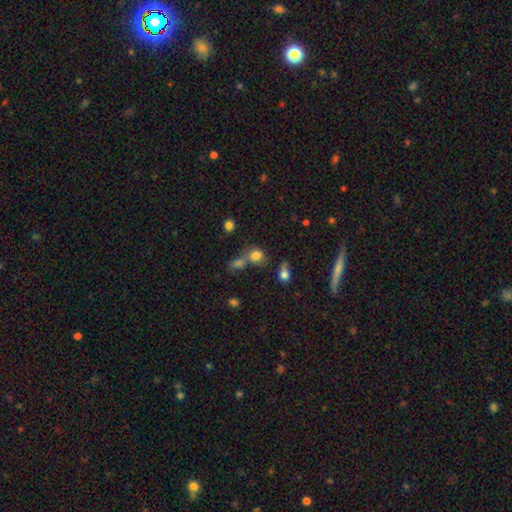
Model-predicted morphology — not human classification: The model was most divided on "merging": none: 44%, merger: 37%, minor disturbance: 12%, major disturbance: 7%. More confident: smooth or featured — smooth (76%); how rounded — round (65%).